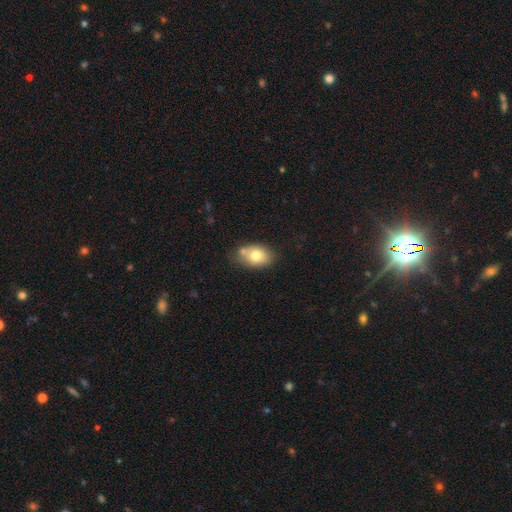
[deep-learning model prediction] Smooth or featured: smooth — 73% (featured or disk — 18%)
How rounded: in between — 77% (round — 22%)
Merging: none — 58% (minor disturbance — 20%)